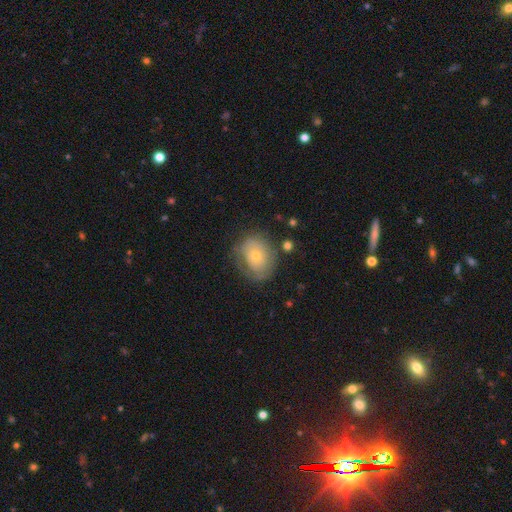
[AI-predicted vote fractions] Q: Smooth or featured?
A: smooth (55%); runner-up: featured or disk (37%)
Q: How rounded?
A: round (56%); runner-up: in between (43%)
Q: Merging?
A: none (58%); runner-up: minor disturbance (25%)